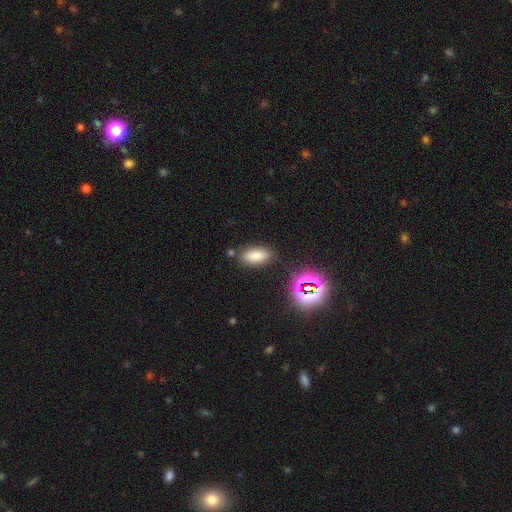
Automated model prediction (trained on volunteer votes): Smooth or featured? smooth (77%)
How rounded? in between (87%)
Merging? none (81%)